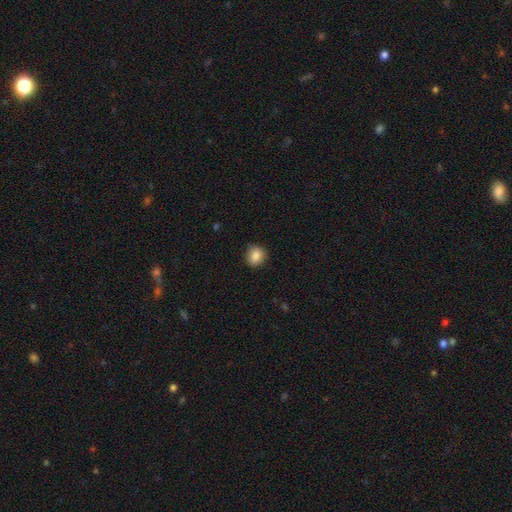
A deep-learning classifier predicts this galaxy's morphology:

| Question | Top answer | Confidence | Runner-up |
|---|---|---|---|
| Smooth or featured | smooth | 87% | star or artifact (9%) |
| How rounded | round | 74% | in between (25%) |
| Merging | none | 83% | minor disturbance (14%) |